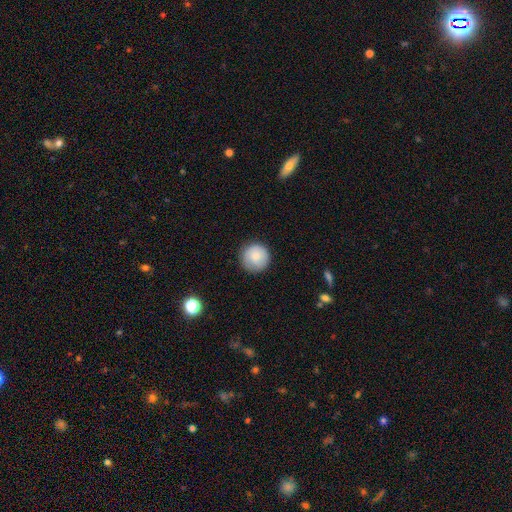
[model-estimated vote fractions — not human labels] This is clearly a smooth galaxy (82%). How rounded: clearly round (96%). Merging: clearly none (87%).